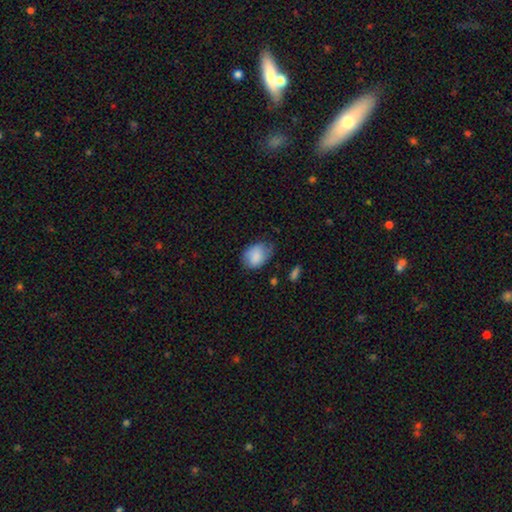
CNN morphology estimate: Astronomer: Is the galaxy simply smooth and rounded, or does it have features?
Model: smooth — 83%.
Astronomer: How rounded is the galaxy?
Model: in between — 70%.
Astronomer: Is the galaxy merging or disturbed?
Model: none — 54% (runner-up: minor disturbance, 35%).